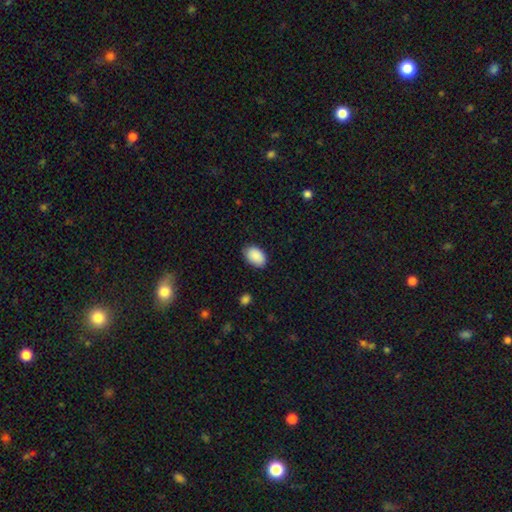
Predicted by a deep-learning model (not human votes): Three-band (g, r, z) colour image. It shows a smooth galaxy with no disk features (90%) that is in between round and cigar-shaped (90%). Merging: none (83%).